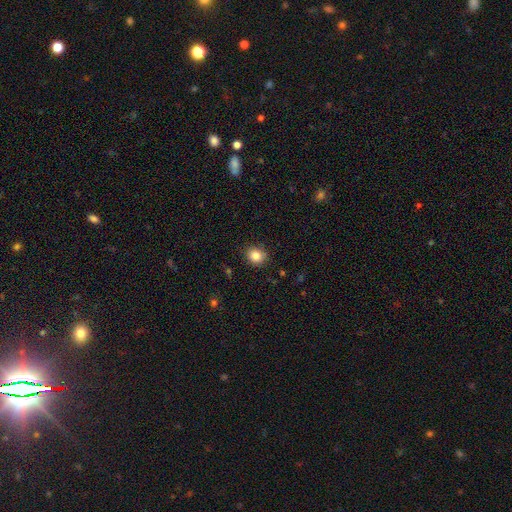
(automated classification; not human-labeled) Morphology: type=smooth (84%); roundness=round (75%); merging=none (87%).